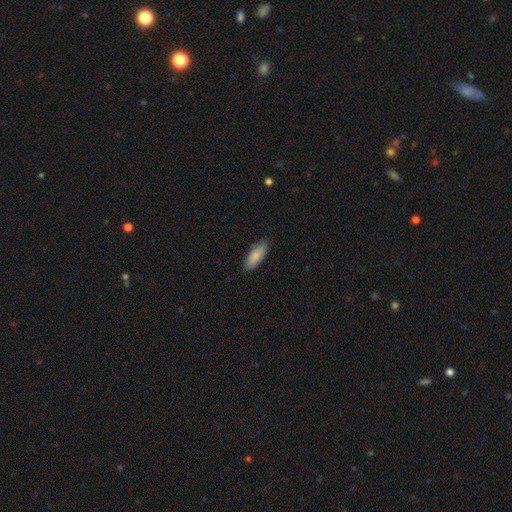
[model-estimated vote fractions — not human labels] A smooth galaxy with no disk features (87%) that is in between round and cigar-shaped (68%).

Vote fractions:
- Smooth or featured? smooth: 87% / featured or disk: 7% / star or artifact: 6%
- How rounded? in between: 68% / cigar-shaped: 30% / round: 2%
- Merging? none: 86% / minor disturbance: 11% / major disturbance: 2% / merger: 1%